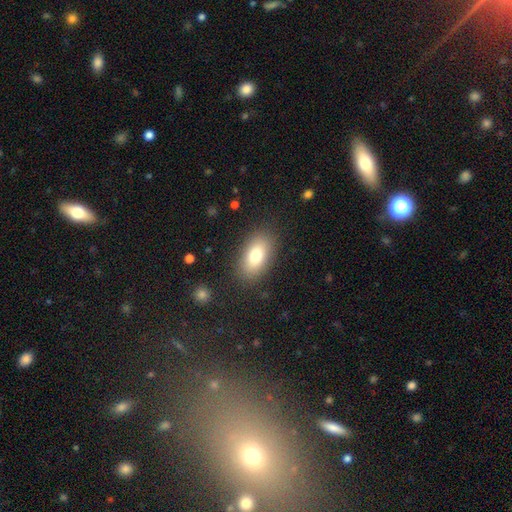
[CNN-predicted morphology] smooth 78%, featured or disk 14%, star or artifact 8%. Down the decision tree: how rounded — in between (91%); merging — none (85%).